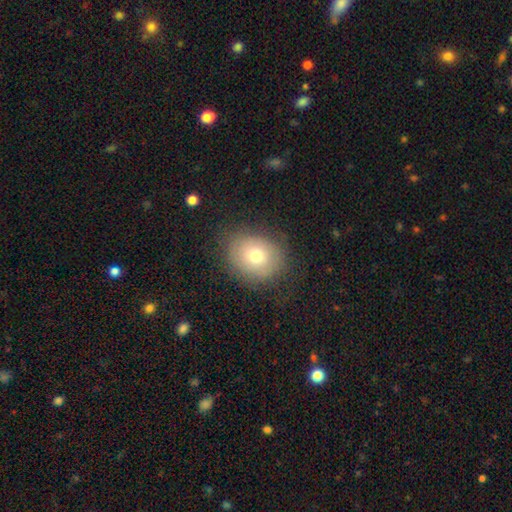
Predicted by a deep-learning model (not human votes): Smooth or featured: smooth — 71% (featured or disk — 18%)
How rounded: round — 59% (in between — 41%)
Merging: none — 79% (minor disturbance — 14%)